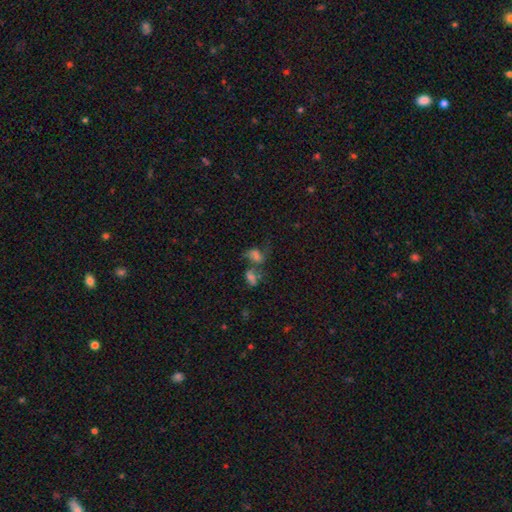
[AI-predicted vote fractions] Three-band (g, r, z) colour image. It shows a smooth galaxy with no disk features (48%). Merging: merger (47%).